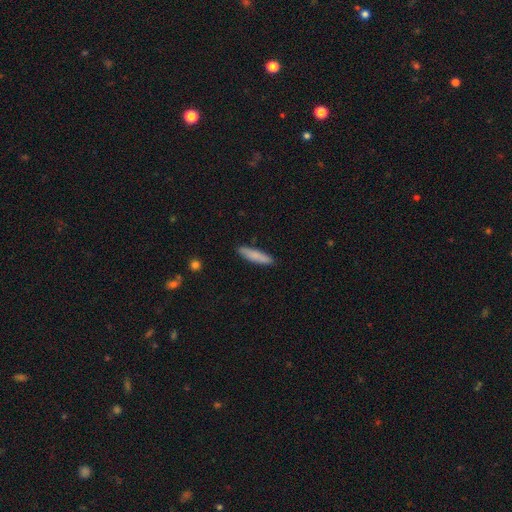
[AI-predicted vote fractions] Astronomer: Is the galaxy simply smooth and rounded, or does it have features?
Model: smooth — 81%.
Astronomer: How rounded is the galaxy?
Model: cigar-shaped — 81%.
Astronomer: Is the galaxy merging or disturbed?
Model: none — 88%.